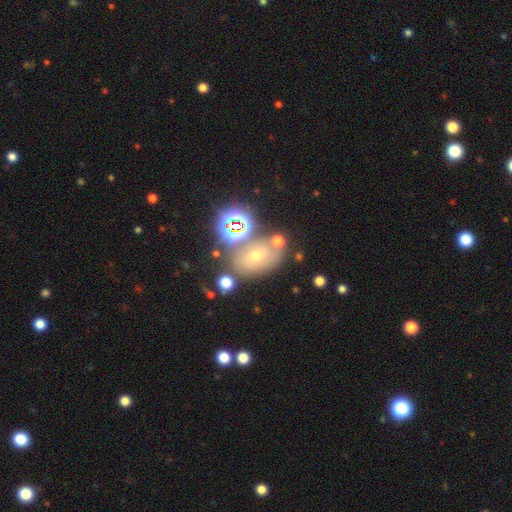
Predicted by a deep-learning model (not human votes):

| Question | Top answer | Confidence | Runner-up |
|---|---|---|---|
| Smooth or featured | smooth | 42% | star or artifact (32%) |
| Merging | none | 62% | merger (16%) |